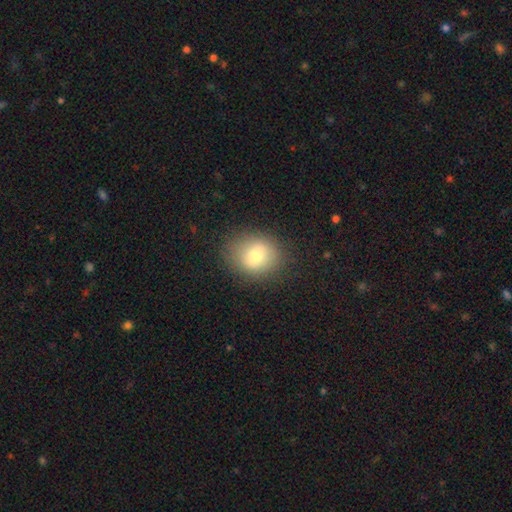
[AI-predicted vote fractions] This is likely a smooth galaxy (74%). How rounded: likely round (68%). Merging: clearly none (85%).